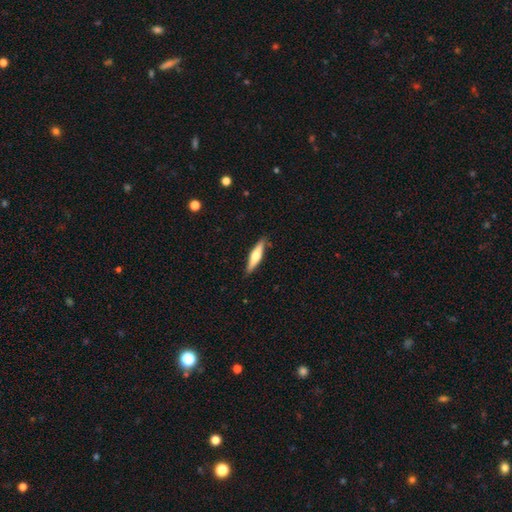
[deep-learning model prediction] This is possibly a smooth galaxy (50%). Merging: clearly none (86%).